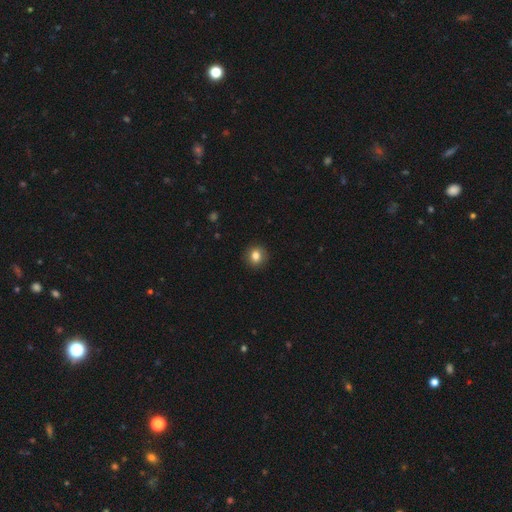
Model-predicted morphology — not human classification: Smooth or featured?
  - smooth: 81% *
  - star or artifact: 10%
  - featured or disk: 9%
How rounded?
  - round: 80% *
  - in between: 19%
  - cigar-shaped: 1%
Merging?
  - none: 89% *
  - minor disturbance: 8%
  - major disturbance: 2%
  - merger: 1%